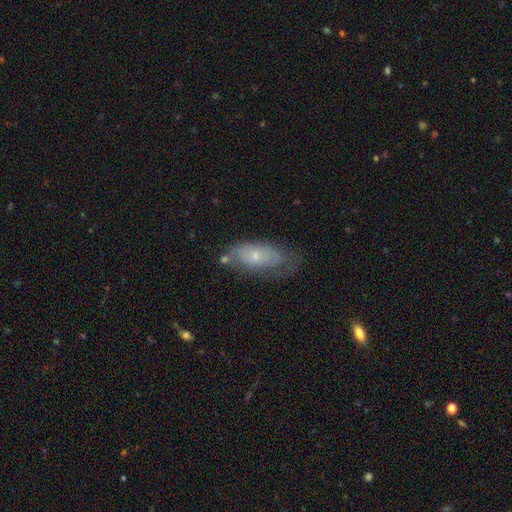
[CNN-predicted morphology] A smooth galaxy with no disk features (53%) that is in between round and cigar-shaped (84%).

Vote fractions:
- Smooth or featured? smooth: 53% / featured or disk: 39% / star or artifact: 8%
- How rounded? in between: 84% / cigar-shaped: 13% / round: 3%
- Merging? none: 48% / minor disturbance: 32% / major disturbance: 15% / merger: 6%